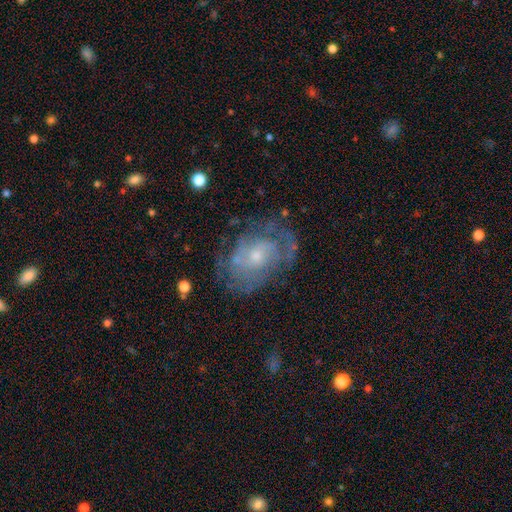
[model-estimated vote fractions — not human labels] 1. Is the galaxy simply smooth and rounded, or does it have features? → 70% featured or disk, 22% smooth, 8% star or artifact.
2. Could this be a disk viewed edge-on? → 96% no, 4% yes.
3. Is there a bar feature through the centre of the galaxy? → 78% no, 19% weak, 3% strong.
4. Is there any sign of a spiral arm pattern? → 66% yes, 34% no.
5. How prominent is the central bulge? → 56% small, 37% moderate, 3% none, 3% large, 1% dominant.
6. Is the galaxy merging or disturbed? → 61% none, 22% minor disturbance, 15% major disturbance, 2% merger.